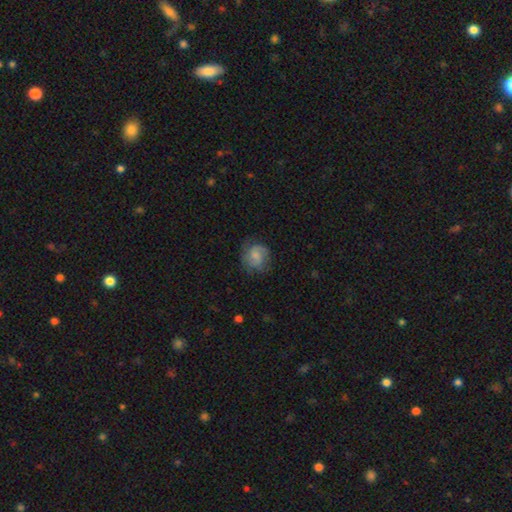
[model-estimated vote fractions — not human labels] Smooth or featured? Predicted: smooth (p=0.49). Merging? Predicted: none (p=0.68).